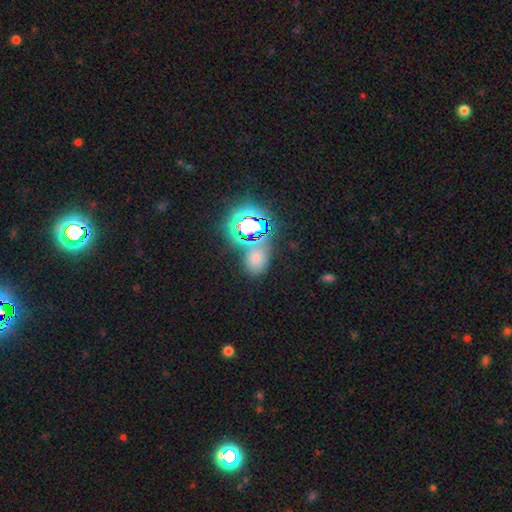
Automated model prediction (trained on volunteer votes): Smooth or featured?
  - star or artifact: 51% *
  - smooth: 40%
  - featured or disk: 9%